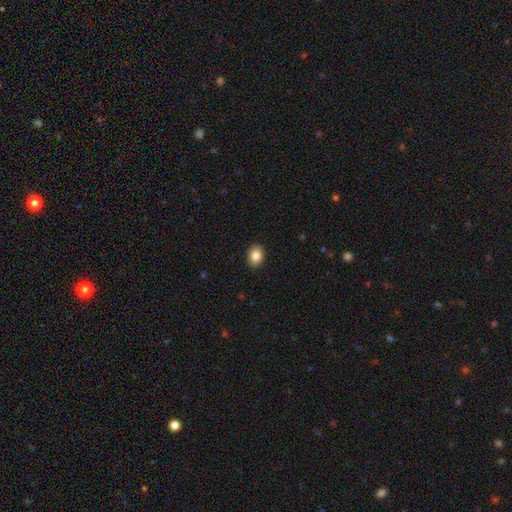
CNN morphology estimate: Smooth or featured? Predicted: smooth (p=0.86). How rounded? Predicted: in between (p=0.64). Merging? Predicted: none (p=0.90).